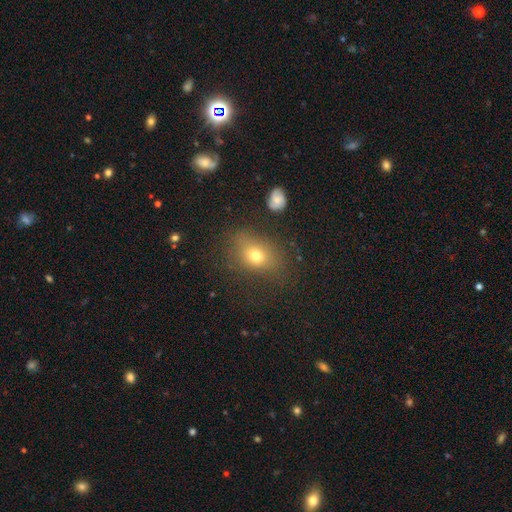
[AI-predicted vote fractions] smooth_or_featured: smooth (p=0.70) [alt: star or artifact p=0.15]
how_rounded: in between (p=0.66) [alt: round p=0.32]
merging: none (p=0.70) [alt: minor disturbance p=0.18]